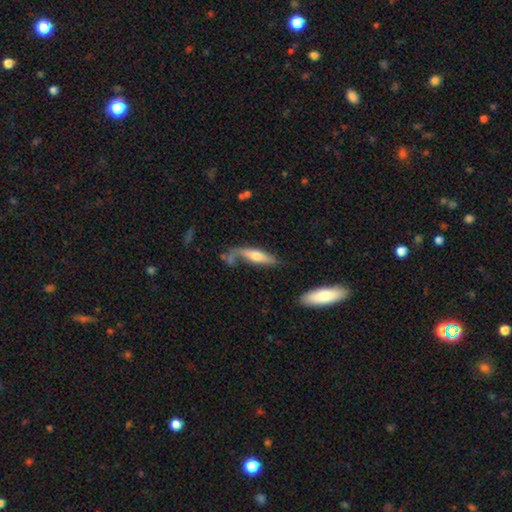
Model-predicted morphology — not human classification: Overall: smooth (49%; featured or disk 44%). Merging: none (44%; minor disturbance 22%).